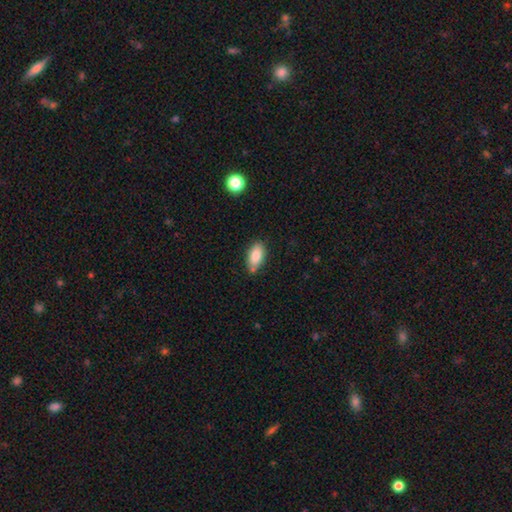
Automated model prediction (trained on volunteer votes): Smooth or featured: smooth — 85% (featured or disk — 8%)
How rounded: in between — 90% (cigar-shaped — 7%)
Merging: none — 75% (minor disturbance — 16%)